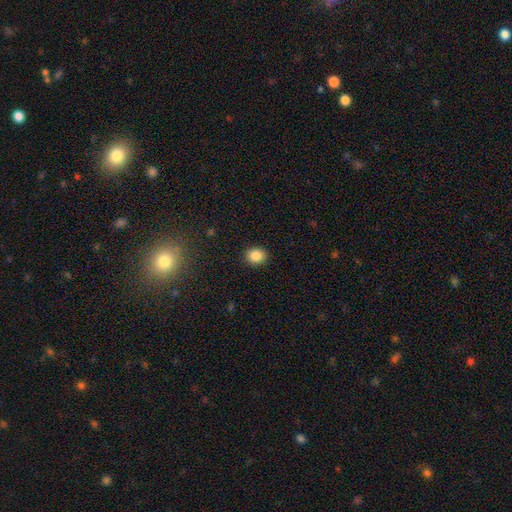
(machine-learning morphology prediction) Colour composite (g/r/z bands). It shows a smooth galaxy with no disk features (86%) that is round (71%). Merging: none (91%).